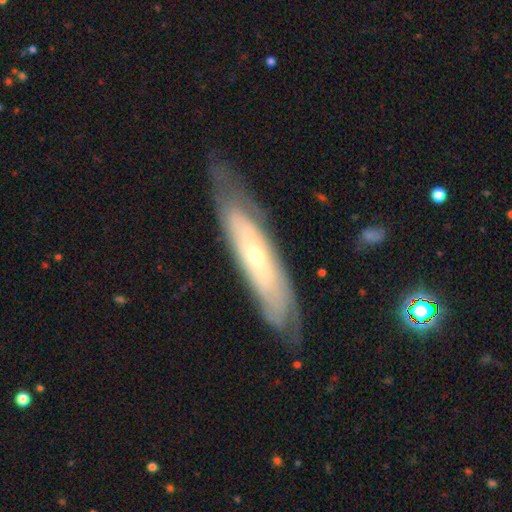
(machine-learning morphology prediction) smooth_or_featured: featured or disk (p=0.72) [alt: smooth p=0.22]
disk_edge_on: no (p=0.63) [alt: yes p=0.37]
merging: none (p=0.75) [alt: minor disturbance p=0.18]